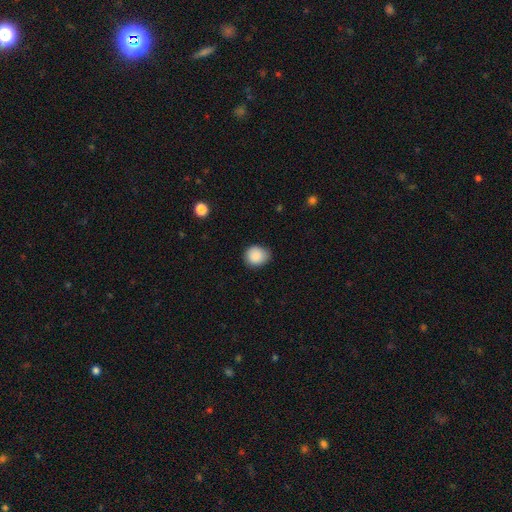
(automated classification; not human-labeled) This appears to be a smooth galaxy with no disk features (88%) that is round (75%). Merging: none (77%).